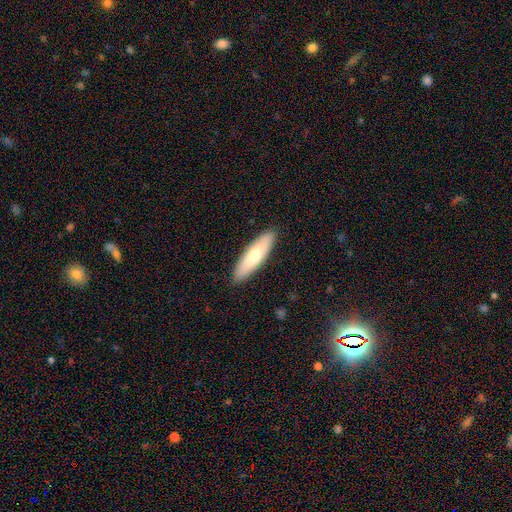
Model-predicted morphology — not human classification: A smooth galaxy with no disk features (69%) that is cigar-shaped (60%). Merging: none (90%).